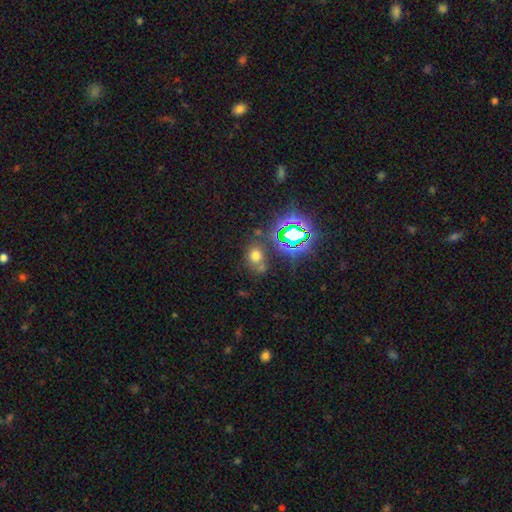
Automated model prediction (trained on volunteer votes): smooth-or-featured: smooth: 59% | star or artifact: 31% | featured or disk: 10%
  how-rounded: round: 60% | in between: 39% | cigar-shaped: 1%
  merging: none: 63% | merger: 16% | minor disturbance: 14% | major disturbance: 6%